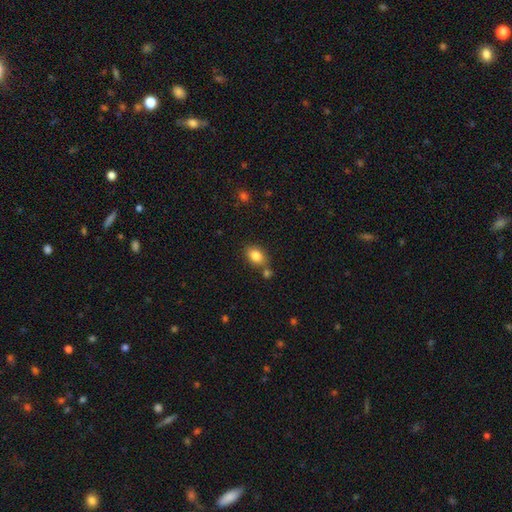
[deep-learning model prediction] The model was most divided on "merging": none: 68%, merger: 16%, minor disturbance: 13%, major disturbance: 3%. More confident: smooth or featured — smooth (84%); how rounded — in between (78%).